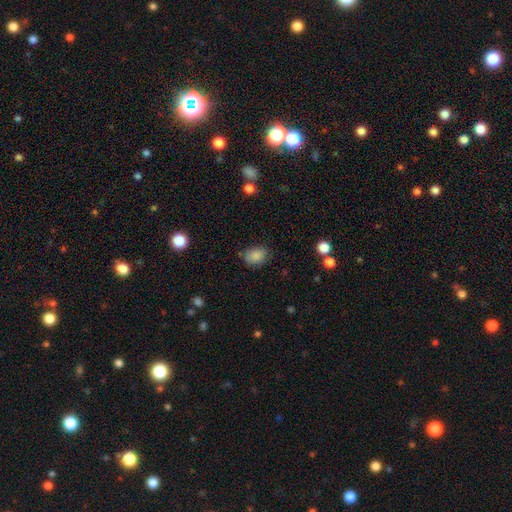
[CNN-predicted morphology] A smooth galaxy with no disk features (86%) that is in between round and cigar-shaped (69%).

Vote fractions:
- Smooth or featured? smooth: 86% / star or artifact: 9% / featured or disk: 5%
- How rounded? in between: 69% / round: 30% / cigar-shaped: 1%
- Merging? none: 75% / minor disturbance: 19% / major disturbance: 4% / merger: 3%